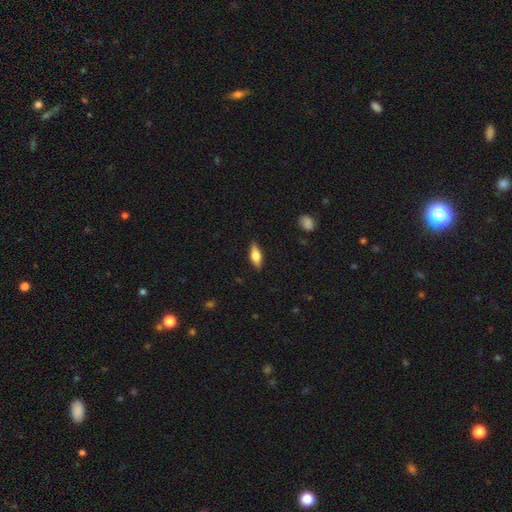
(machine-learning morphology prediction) This appears to be a smooth galaxy with no disk features (55%) that is in between round and cigar-shaped (64%). Merging: none (87%).